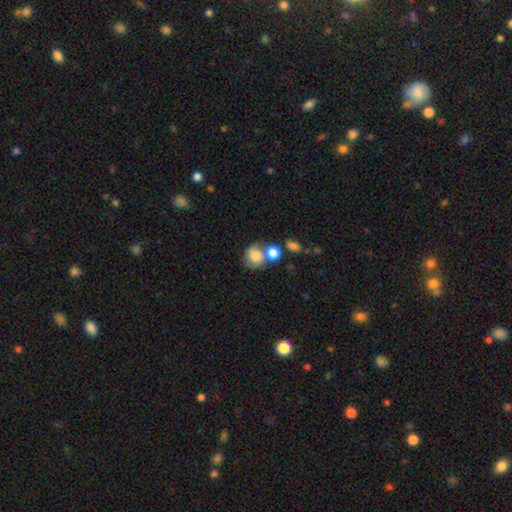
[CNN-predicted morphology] Q: Smooth or featured?
A: smooth (66%); runner-up: featured or disk (25%)
Q: How rounded?
A: round (69%); runner-up: in between (30%)
Q: Merging?
A: merger (38%); runner-up: none (36%)